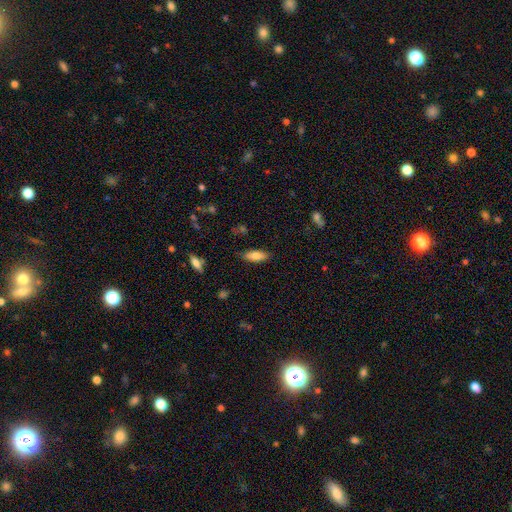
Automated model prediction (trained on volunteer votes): smooth-or-featured: smooth: 79% | featured or disk: 14% | star or artifact: 7%
  how-rounded: in between: 75% | cigar-shaped: 23% | round: 2%
  merging: none: 83% | minor disturbance: 13% | major disturbance: 3% | merger: 1%